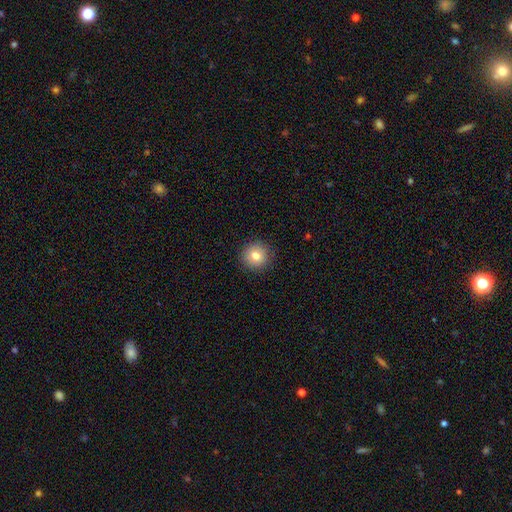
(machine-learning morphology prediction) Smooth or featured? Predicted: smooth (p=0.79). How rounded? Predicted: round (p=0.92). Merging? Predicted: none (p=0.89).